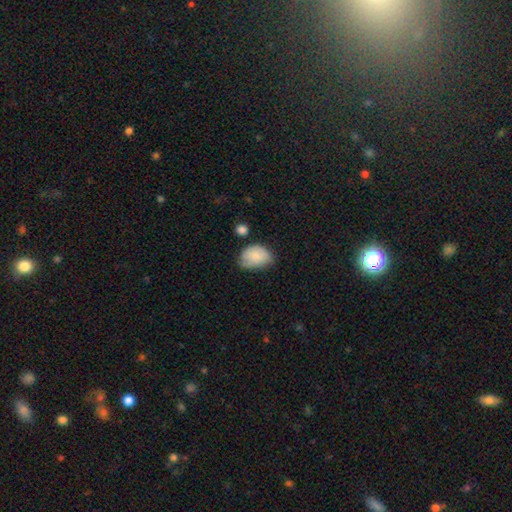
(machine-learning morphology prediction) Smooth or featured? Predicted: smooth (p=0.82). How rounded? Predicted: in between (p=0.79). Merging? Predicted: none (p=0.51).